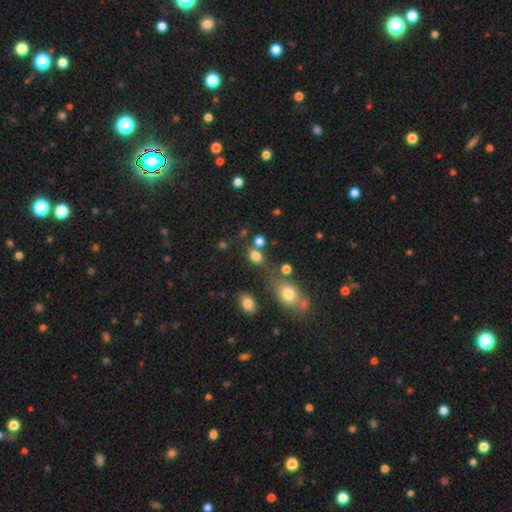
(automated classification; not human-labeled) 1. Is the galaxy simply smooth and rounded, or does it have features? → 78% smooth, 14% star or artifact, 8% featured or disk.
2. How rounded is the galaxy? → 54% round, 45% in between, 2% cigar-shaped.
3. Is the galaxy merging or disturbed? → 58% none, 22% merger, 13% minor disturbance, 7% major disturbance.